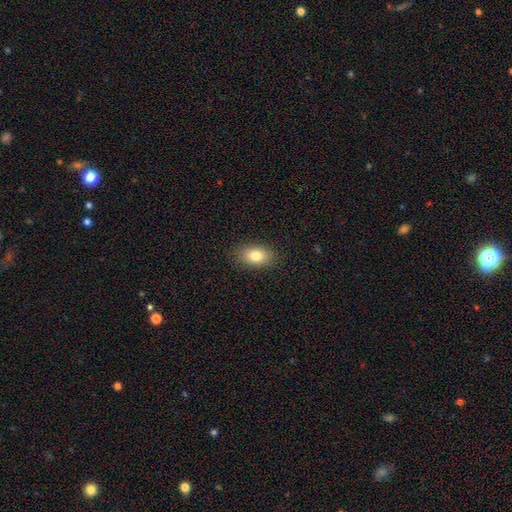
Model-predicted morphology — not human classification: A smooth galaxy with no disk features (82%) that is in between round and cigar-shaped (88%). Merging: none (88%).